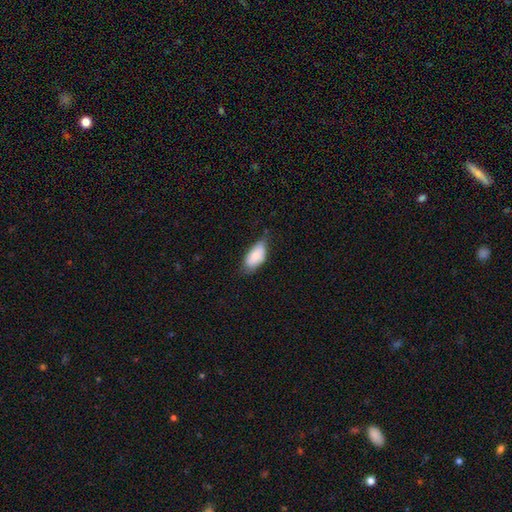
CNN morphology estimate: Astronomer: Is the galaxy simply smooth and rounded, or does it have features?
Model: smooth — 81%.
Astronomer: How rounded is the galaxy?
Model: in between — 92%.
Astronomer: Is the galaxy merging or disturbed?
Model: none — 58% (runner-up: minor disturbance, 35%).